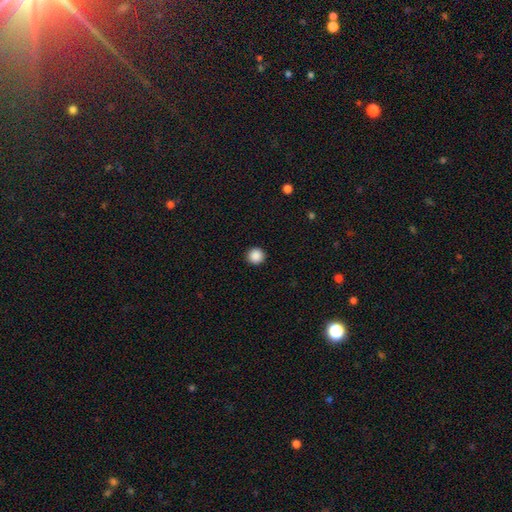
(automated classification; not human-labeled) This appears to be a smooth galaxy with no disk features (88%) that is round (95%). Merging: none (93%).